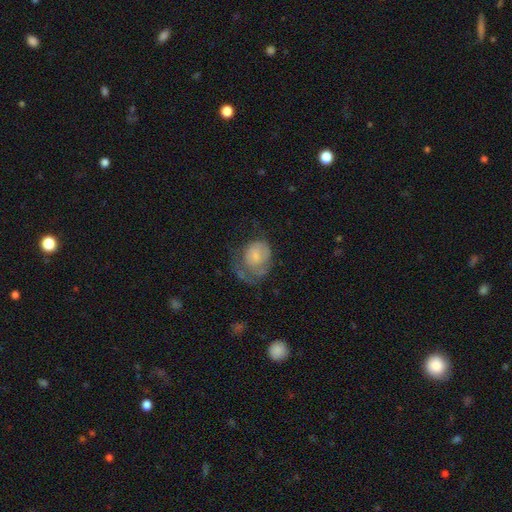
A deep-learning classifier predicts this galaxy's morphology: smooth_or_featured: smooth (p=0.50) [alt: featured or disk p=0.42]
how_rounded: round (p=0.50) [alt: in between p=0.49]
merging: major disturbance (p=0.43) [alt: none p=0.29]